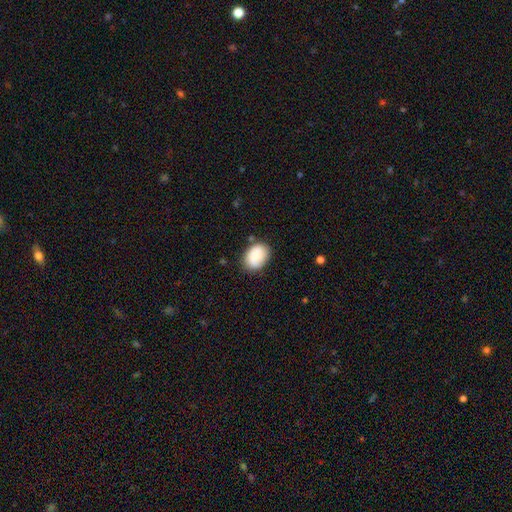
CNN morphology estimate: A smooth galaxy with no disk features (85%) that is in between round and cigar-shaped (73%).

Vote fractions:
- Smooth or featured? smooth: 85% / featured or disk: 8% / star or artifact: 7%
- How rounded? in between: 73% / round: 26% / cigar-shaped: 1%
- Merging? none: 76% / minor disturbance: 18% / major disturbance: 4% / merger: 3%